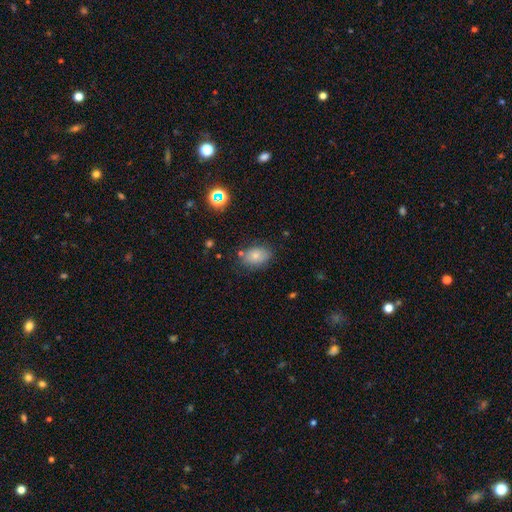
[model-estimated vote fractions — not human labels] Smooth or featured: smooth — 76% (featured or disk — 13%)
How rounded: in between — 81% (round — 18%)
Merging: none — 75% (minor disturbance — 16%)